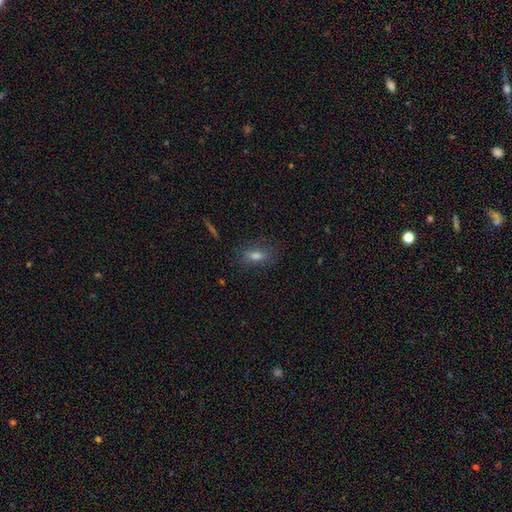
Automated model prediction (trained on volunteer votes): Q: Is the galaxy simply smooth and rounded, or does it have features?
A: smooth — 73%.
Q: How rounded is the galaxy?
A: in between — 75%.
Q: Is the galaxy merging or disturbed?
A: none — 82%.